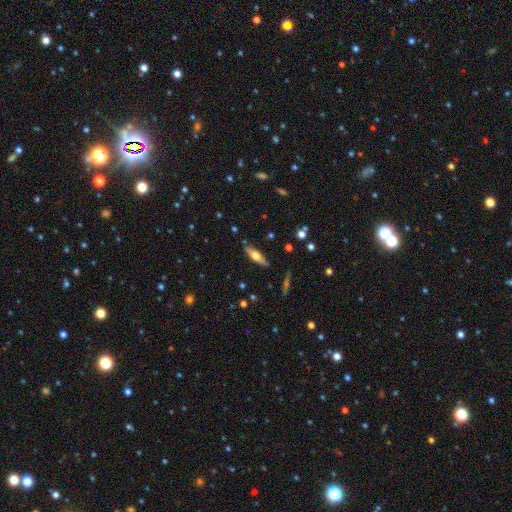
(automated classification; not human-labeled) A smooth galaxy with no disk features (50%) that is cigar-shaped (51%). Merging: none (83%).